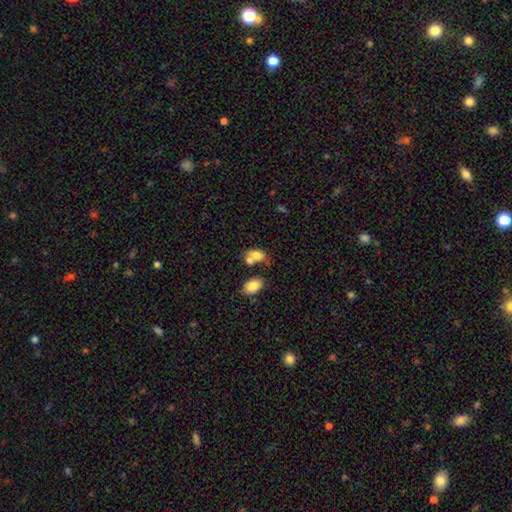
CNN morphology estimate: Smooth or featured?
  - smooth: 77% *
  - featured or disk: 14%
  - star or artifact: 9%
How rounded?
  - in between: 80% *
  - round: 18%
  - cigar-shaped: 2%
Merging?
  - merger: 50% *
  - none: 30%
  - minor disturbance: 13%
  - major disturbance: 7%